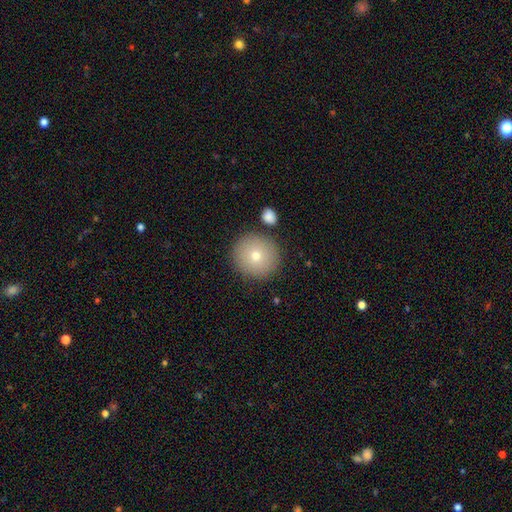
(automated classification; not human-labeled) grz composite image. It shows a smooth galaxy with no disk features (75%) that is round (95%). Merging: none (86%).